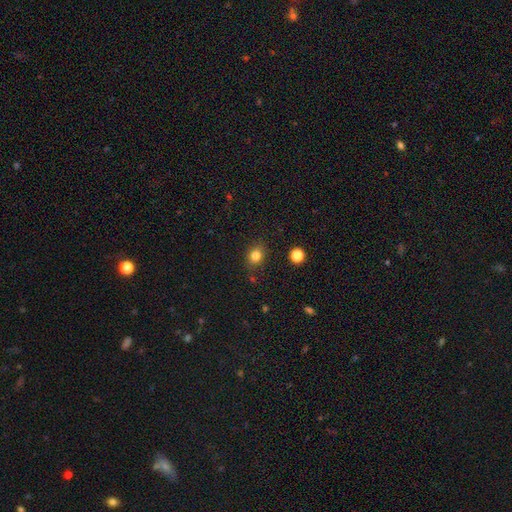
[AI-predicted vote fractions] Smooth or featured? Predicted: smooth (p=0.81). How rounded? Predicted: round (p=0.56). Merging? Predicted: none (p=0.83).